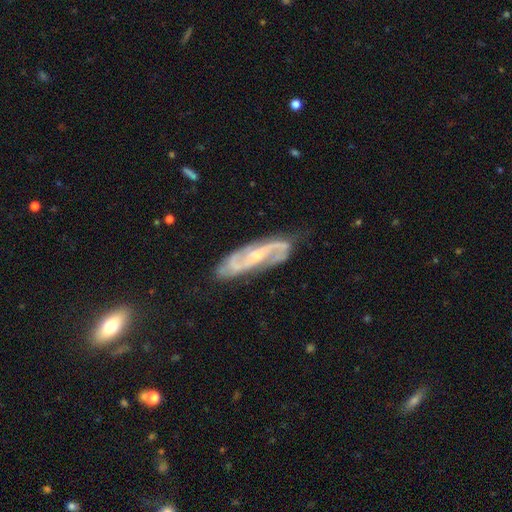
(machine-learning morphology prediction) smooth_or_featured: featured or disk (p=0.87) [alt: smooth p=0.08]
disk_edge_on: no (p=0.88) [alt: yes p=0.12]
bar: no (p=0.41) [alt: weak p=0.39]
has_spiral_arms: yes (p=0.96) [alt: no p=0.04]
spiral_winding: medium (p=0.49) [alt: tight p=0.26]
spiral_arm_count: 2 (p=0.82) [alt: can't tell p=0.07]
bulge_size: small (p=0.65) [alt: moderate p=0.29]
merging: none (p=0.76) [alt: minor disturbance p=0.17]